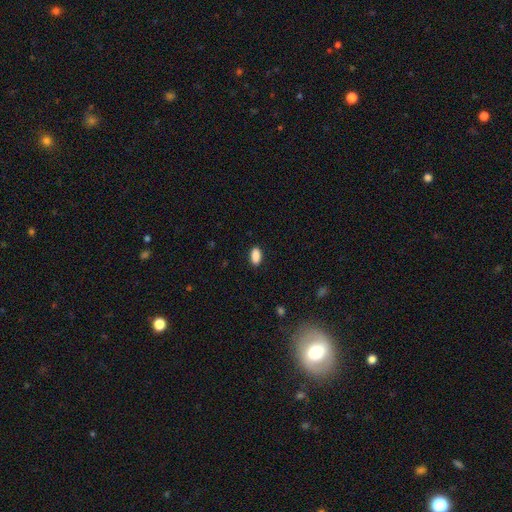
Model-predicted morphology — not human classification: Smooth or featured: smooth — 90% (star or artifact — 7%)
How rounded: in between — 92% (cigar-shaped — 4%)
Merging: none — 88% (minor disturbance — 9%)